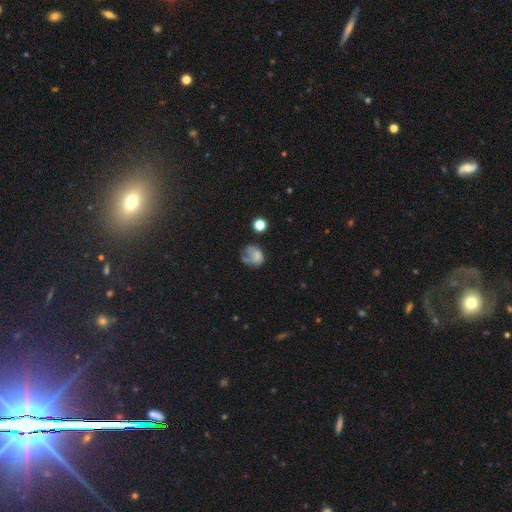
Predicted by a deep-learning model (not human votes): Smooth or featured? Predicted: smooth (p=0.55). How rounded? Predicted: in between (p=0.53). Merging? Predicted: major disturbance (p=0.36).